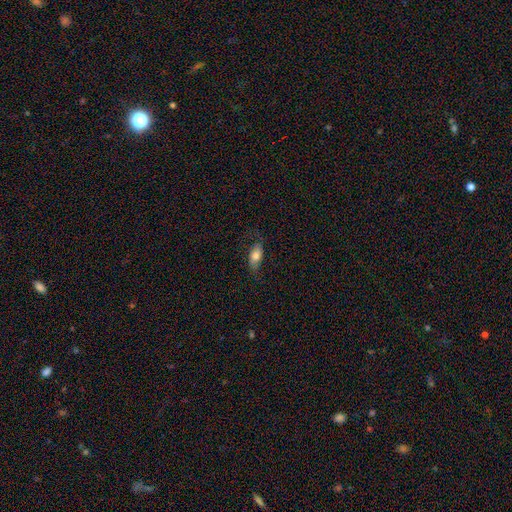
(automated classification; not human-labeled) Overall: smooth (65%; featured or disk 28%). How rounded: in between (87%). Merging: none (69%).